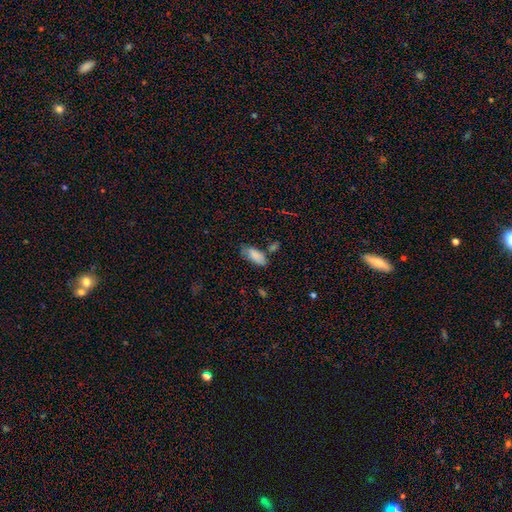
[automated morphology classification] Smooth or featured: smooth — 84% (featured or disk — 9%)
How rounded: in between — 86% (cigar-shaped — 12%)
Merging: none — 59% (minor disturbance — 25%)